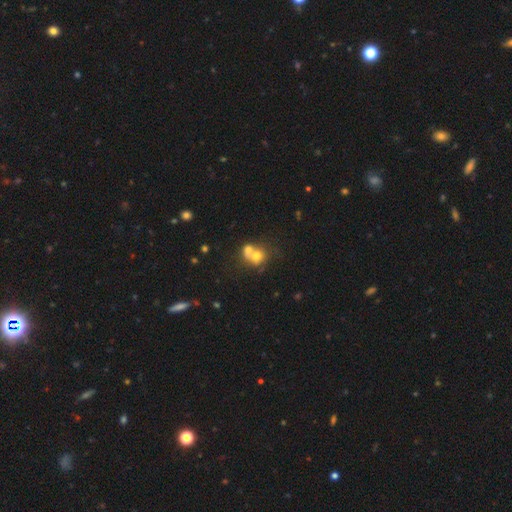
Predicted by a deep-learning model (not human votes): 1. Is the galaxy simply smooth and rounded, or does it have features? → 64% smooth, 25% featured or disk, 11% star or artifact.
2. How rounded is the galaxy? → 71% round, 28% in between, 1% cigar-shaped.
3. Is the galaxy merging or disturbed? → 65% merger, 22% none, 7% minor disturbance, 5% major disturbance.